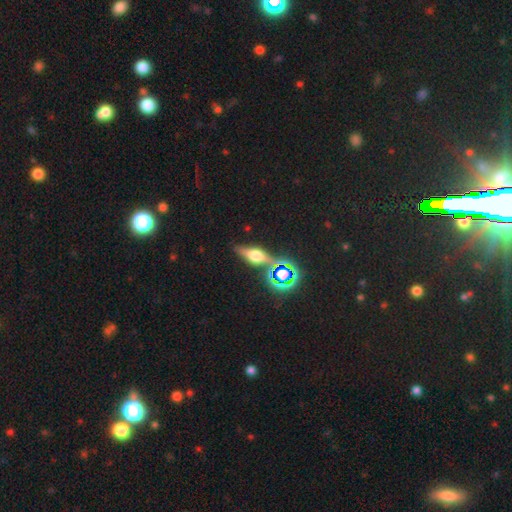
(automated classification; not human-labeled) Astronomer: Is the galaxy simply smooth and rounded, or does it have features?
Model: featured or disk — 55%.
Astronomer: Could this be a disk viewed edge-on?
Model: yes — 90%.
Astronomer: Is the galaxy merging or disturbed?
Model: none — 78%.